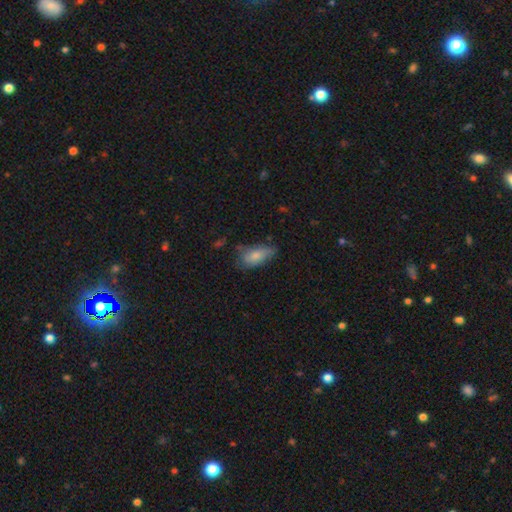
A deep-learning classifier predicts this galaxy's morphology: smooth-or-featured: smooth: 72% | featured or disk: 20% | star or artifact: 8%
  how-rounded: in between: 89% | cigar-shaped: 8% | round: 4%
  merging: none: 45% | minor disturbance: 36% | major disturbance: 15% | merger: 4%